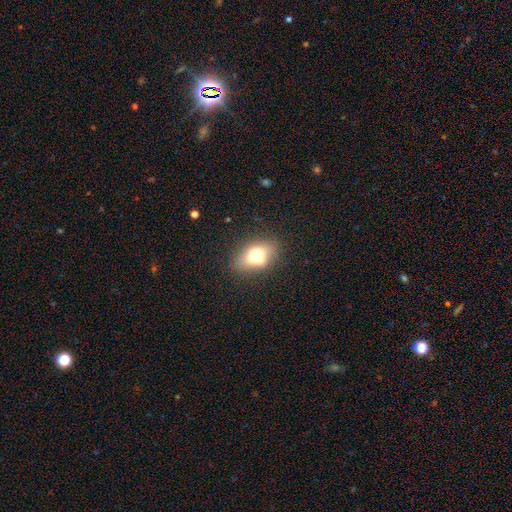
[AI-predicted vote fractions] Q: Smooth or featured?
A: smooth (70%); runner-up: featured or disk (19%)
Q: How rounded?
A: in between (77%); runner-up: round (20%)
Q: Merging?
A: none (75%); runner-up: minor disturbance (17%)